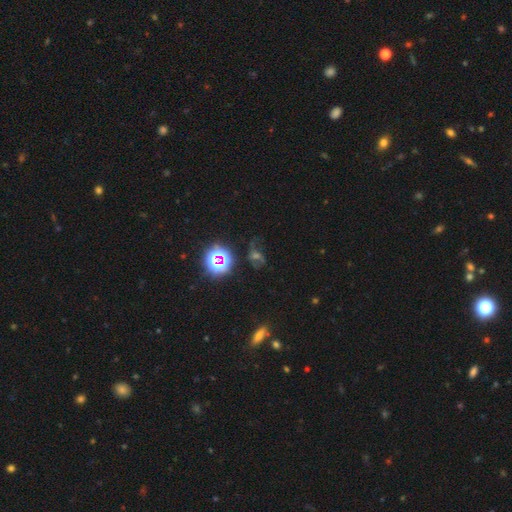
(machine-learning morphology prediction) Smooth or featured? star or artifact (49%)